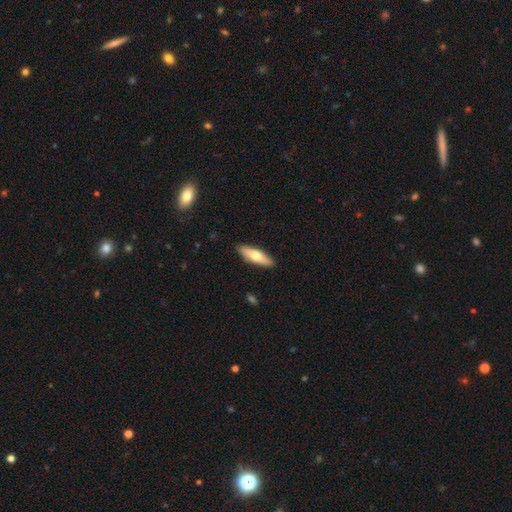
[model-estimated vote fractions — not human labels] smooth-or-featured: smooth: 63% | featured or disk: 32% | star or artifact: 5%
  how-rounded: cigar-shaped: 53% | in between: 45% | round: 2%
  merging: none: 89% | minor disturbance: 9% | major disturbance: 2% | merger: 1%